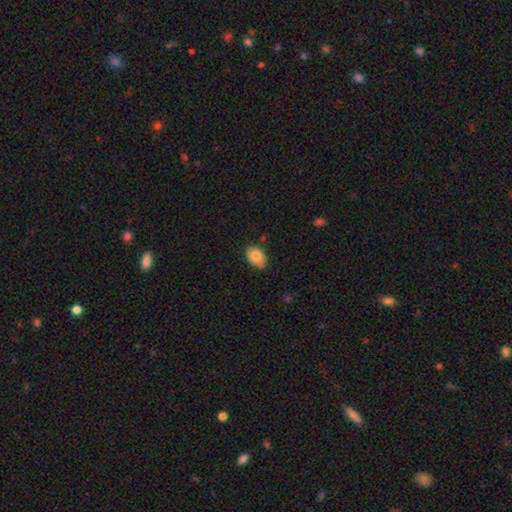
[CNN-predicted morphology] Smooth or featured: smooth — 82% (featured or disk — 11%)
How rounded: in between — 89% (round — 10%)
Merging: none — 75% (minor disturbance — 20%)